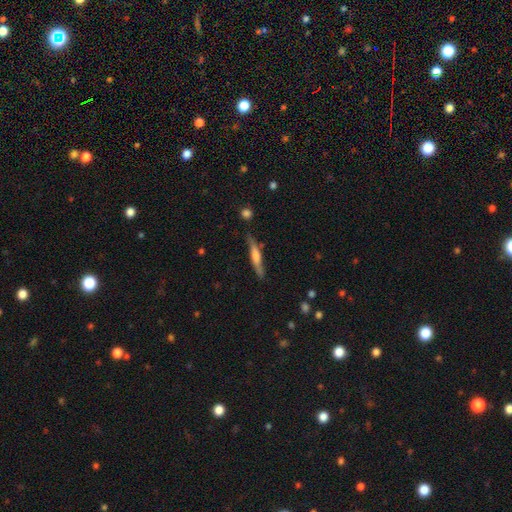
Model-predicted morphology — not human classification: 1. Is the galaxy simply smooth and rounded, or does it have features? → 47% smooth, 46% featured or disk, 6% star or artifact.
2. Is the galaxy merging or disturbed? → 79% none, 16% minor disturbance, 3% major disturbance, 3% merger.